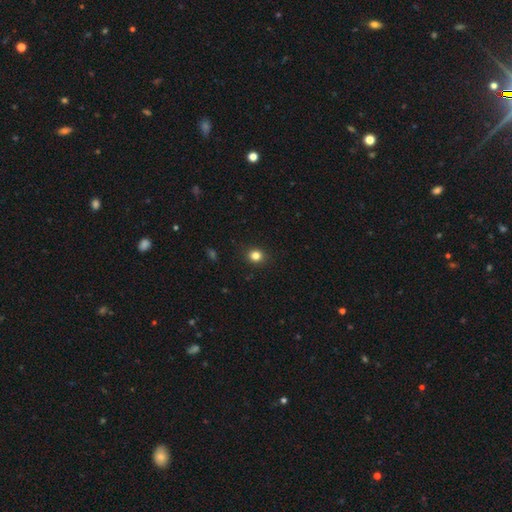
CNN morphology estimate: The model was most divided on "how rounded": round: 81%, in between: 18%, cigar-shaped: 1%. More confident: merging — none (91%); smooth or featured — smooth (83%).